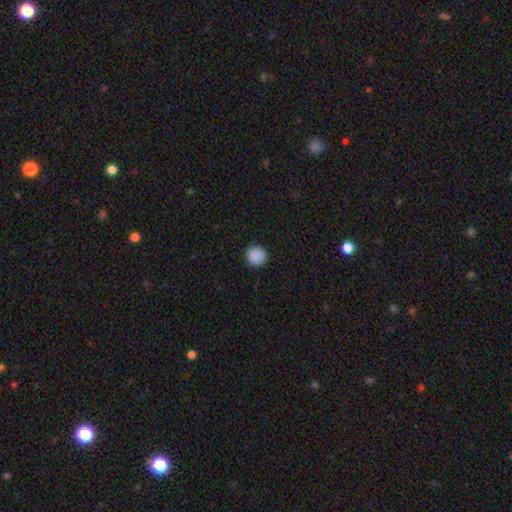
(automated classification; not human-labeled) The model was most divided on "smooth or featured": smooth: 89%, star or artifact: 9%, featured or disk: 2%. More confident: how rounded — round (92%); merging — none (91%).